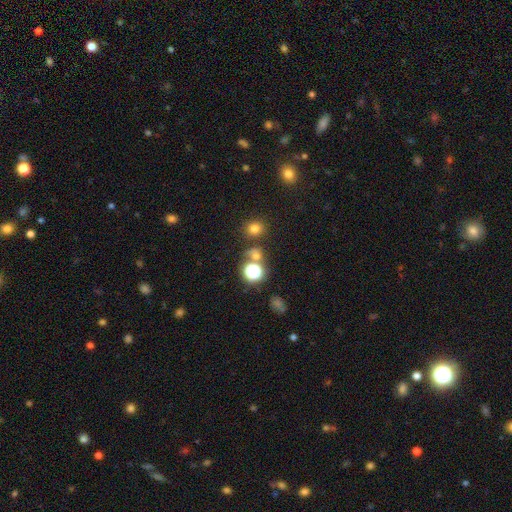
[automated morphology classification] A smooth galaxy with no disk features (57%) that is round (82%). Merging: none (68%).